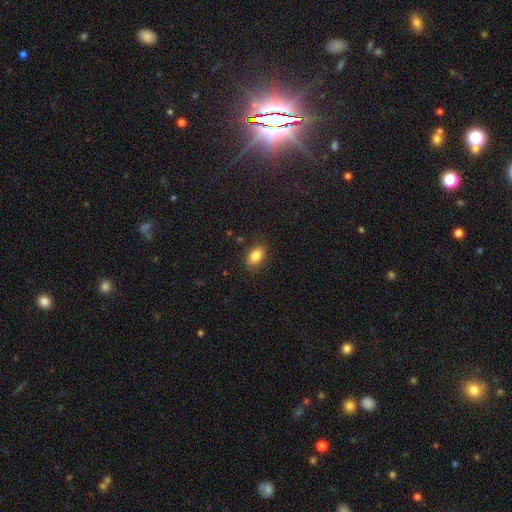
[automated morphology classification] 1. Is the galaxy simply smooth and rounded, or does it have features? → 85% smooth, 8% star or artifact, 6% featured or disk.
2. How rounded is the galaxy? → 87% in between, 11% round, 2% cigar-shaped.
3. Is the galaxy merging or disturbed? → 86% none, 10% minor disturbance, 3% major disturbance, 1% merger.